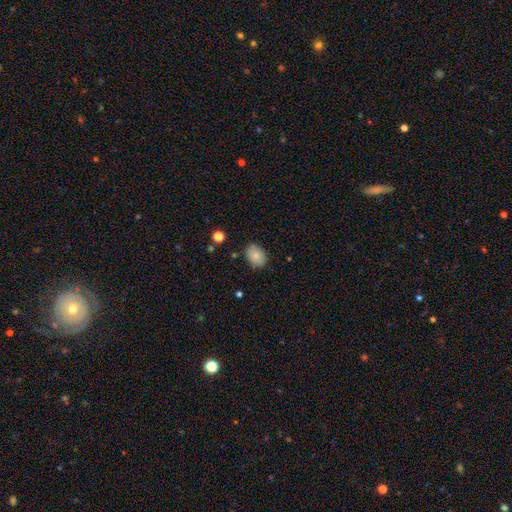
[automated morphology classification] A smooth galaxy with no disk features (83%) that is in between round and cigar-shaped (70%). Merging: none (78%).